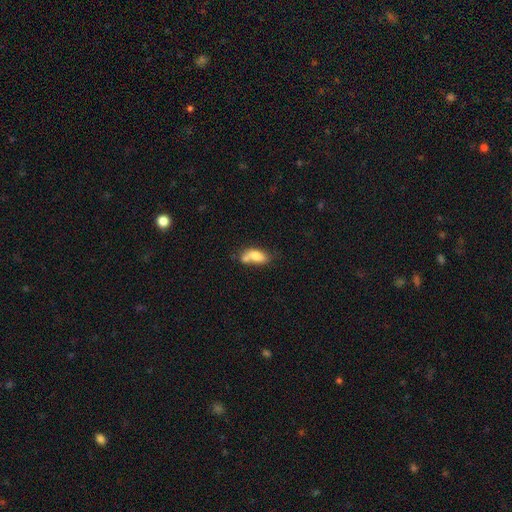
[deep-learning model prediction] Q: Smooth or featured?
A: smooth (75%); runner-up: featured or disk (17%)
Q: How rounded?
A: in between (83%); runner-up: cigar-shaped (12%)
Q: Merging?
A: merger (44%); runner-up: none (32%)